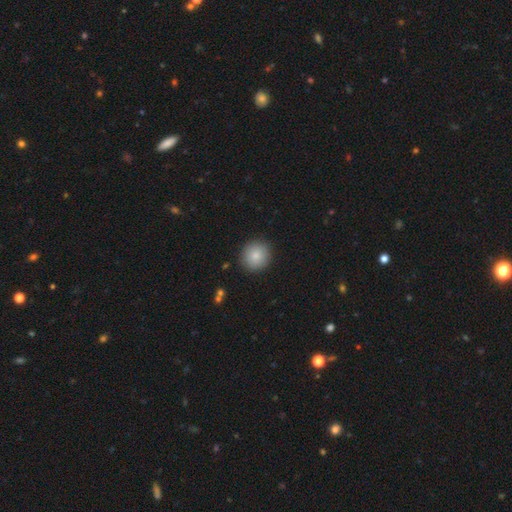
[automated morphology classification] Smooth or featured? Predicted: smooth (p=0.84). How rounded? Predicted: round (p=0.92). Merging? Predicted: none (p=0.90).